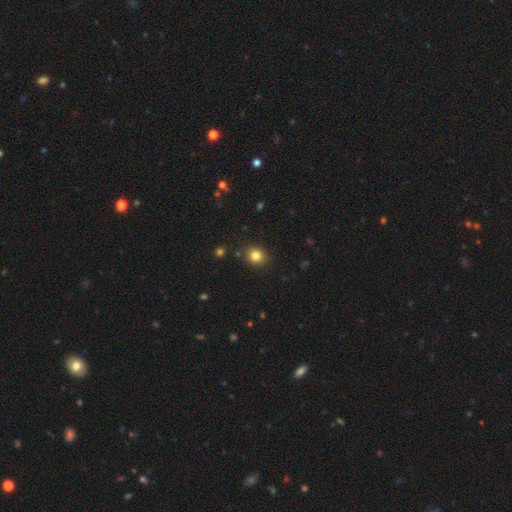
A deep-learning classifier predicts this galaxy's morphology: A smooth galaxy with no disk features (82%) that is round (67%). Merging: none (87%).